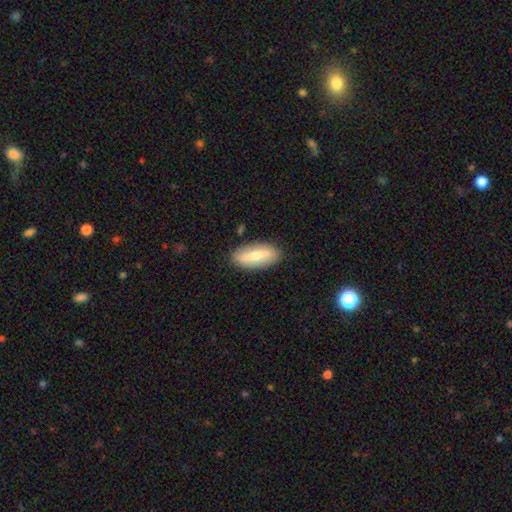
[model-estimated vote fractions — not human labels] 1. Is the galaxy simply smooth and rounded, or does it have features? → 60% smooth, 34% featured or disk, 6% star or artifact.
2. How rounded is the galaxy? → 78% in between, 19% cigar-shaped, 3% round.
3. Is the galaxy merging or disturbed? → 86% none, 10% minor disturbance, 2% major disturbance, 1% merger.